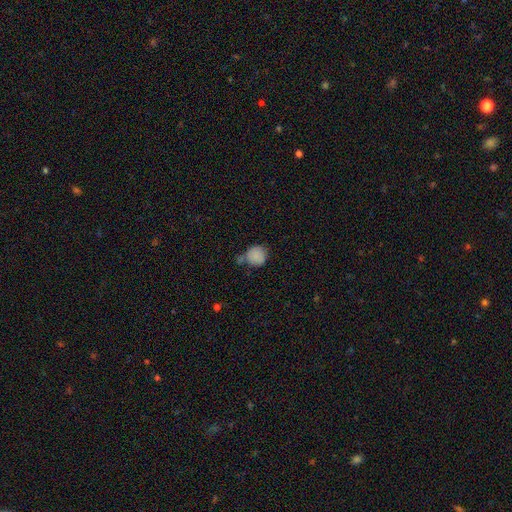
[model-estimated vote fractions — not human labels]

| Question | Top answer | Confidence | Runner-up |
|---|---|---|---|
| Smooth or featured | smooth | 84% | star or artifact (9%) |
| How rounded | round | 85% | in between (14%) |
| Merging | none | 49% | minor disturbance (24%) |